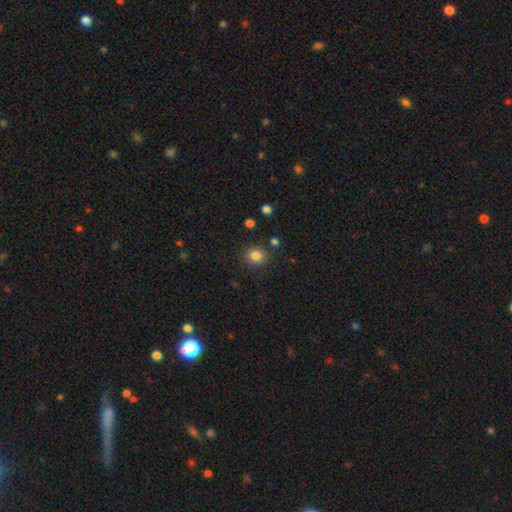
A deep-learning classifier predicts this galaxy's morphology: A smooth galaxy with no disk features (83%) that is round (85%).

Vote fractions:
- Smooth or featured? smooth: 83% / star or artifact: 12% / featured or disk: 5%
- How rounded? round: 85% / in between: 14% / cigar-shaped: 1%
- Merging? none: 85% / minor disturbance: 8% / merger: 4% / major disturbance: 3%